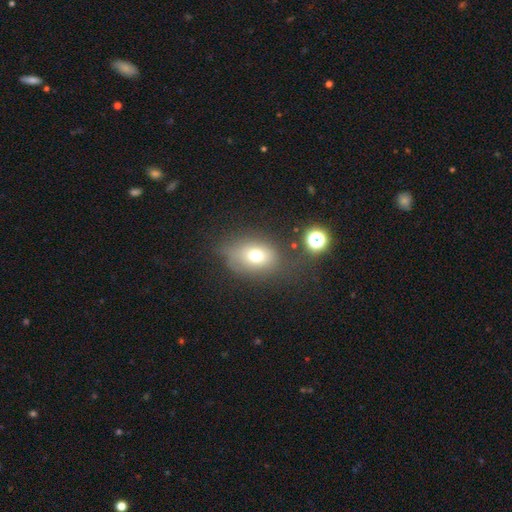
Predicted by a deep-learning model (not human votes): This is likely a smooth galaxy (70%). How rounded: likely in between (63%). Merging: possibly none (58%).